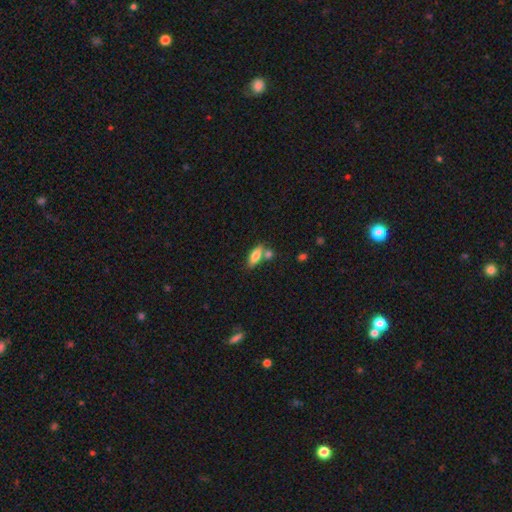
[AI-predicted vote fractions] Smooth or featured: smooth — 77% (featured or disk — 16%)
How rounded: in between — 72% (cigar-shaped — 24%)
Merging: none — 56% (merger — 26%)